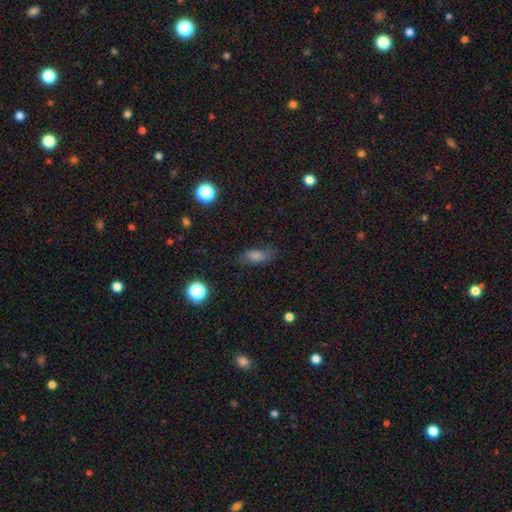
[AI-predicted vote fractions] Smooth or featured: smooth — 64% (featured or disk — 18%)
How rounded: in between — 75% (cigar-shaped — 16%)
Merging: none — 70% (minor disturbance — 20%)